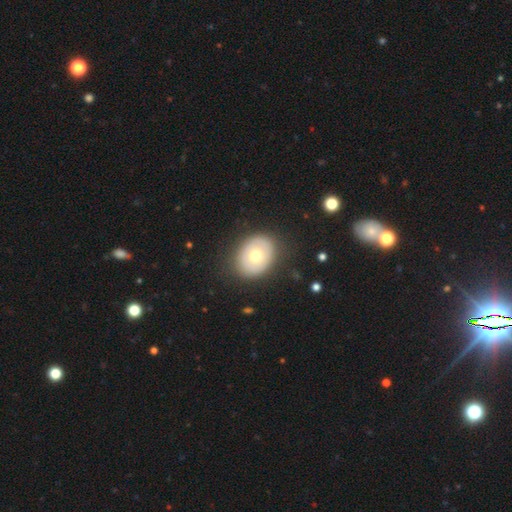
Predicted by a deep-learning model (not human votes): This appears to be a smooth galaxy with no disk features (63%) that is in between round and cigar-shaped (53%). Merging: none (85%).